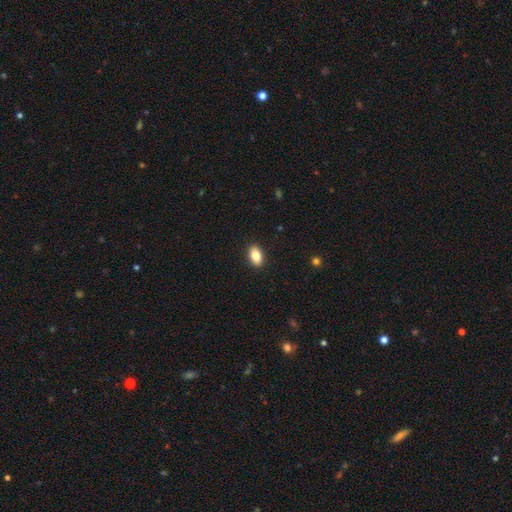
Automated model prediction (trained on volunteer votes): smooth_or_featured: smooth (p=0.83) [alt: featured or disk p=0.10]
how_rounded: in between (p=0.90) [alt: round p=0.07]
merging: none (p=0.90) [alt: minor disturbance p=0.07]